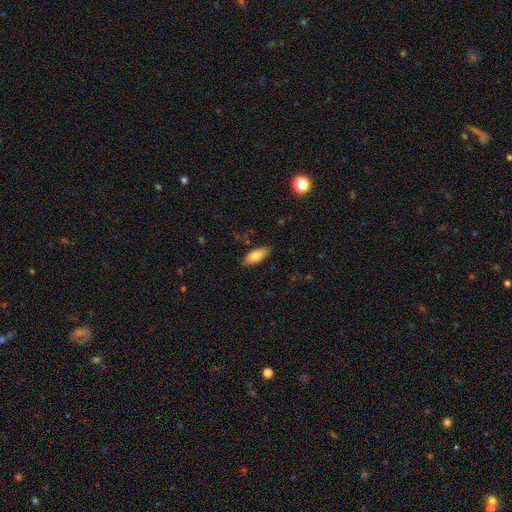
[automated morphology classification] smooth-or-featured: smooth: 80% | featured or disk: 13% | star or artifact: 7%
  how-rounded: in between: 78% | cigar-shaped: 20% | round: 2%
  merging: none: 81% | minor disturbance: 15% | major disturbance: 3% | merger: 1%